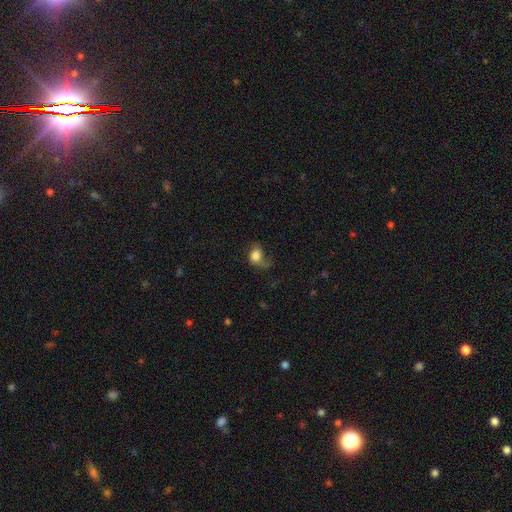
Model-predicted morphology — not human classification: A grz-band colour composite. It shows a smooth galaxy with no disk features (70%) that is in between round and cigar-shaped (55%). Merging: major disturbance (39%).